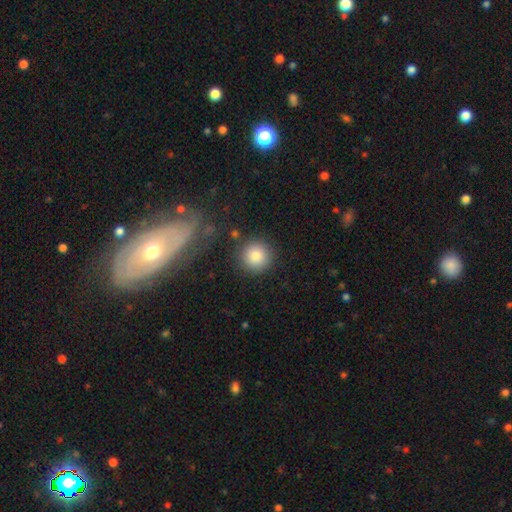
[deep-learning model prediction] A smooth galaxy with no disk features (83%) that is round (95%).

Vote fractions:
- Smooth or featured? smooth: 83% / star or artifact: 10% / featured or disk: 7%
- How rounded? round: 95% / in between: 4% / cigar-shaped: 1%
- Merging? none: 87% / minor disturbance: 7% / merger: 3% / major disturbance: 3%